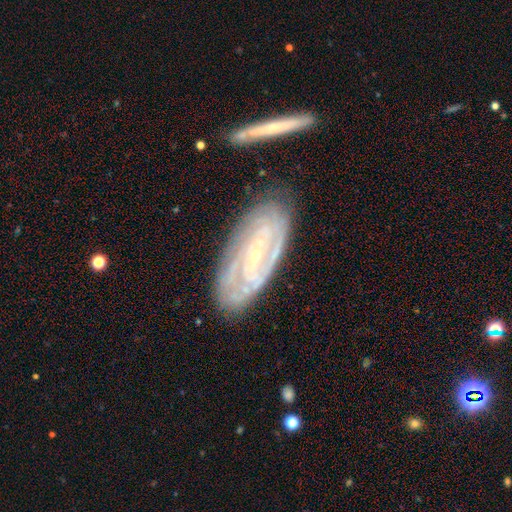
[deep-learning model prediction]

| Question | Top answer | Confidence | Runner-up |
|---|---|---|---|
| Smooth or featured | featured or disk | 84% | smooth (10%) |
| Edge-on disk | no | 91% | yes (9%) |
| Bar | no | 40% | weak (35%) |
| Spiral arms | yes | 91% | no (9%) |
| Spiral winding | tight | 64% | medium (28%) |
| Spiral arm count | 2 | 39% | can't tell (33%) |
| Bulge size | small | 78% | moderate (18%) |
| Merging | none | 77% | minor disturbance (15%) |